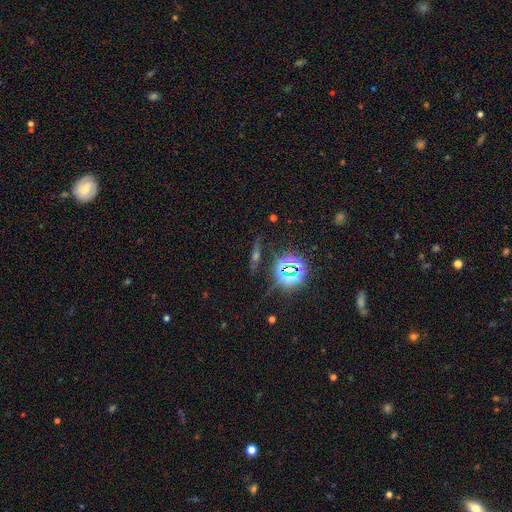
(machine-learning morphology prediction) Smooth or featured? star or artifact (45%)